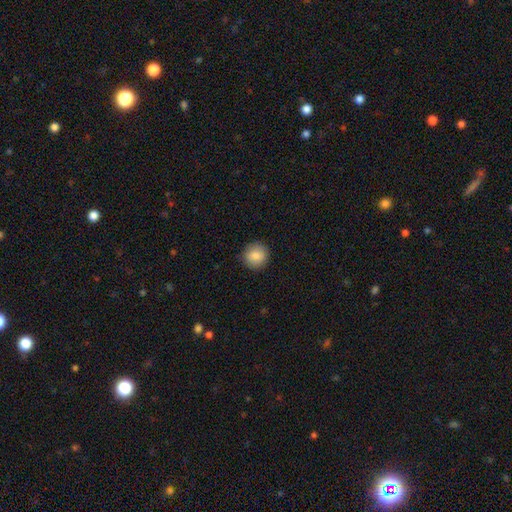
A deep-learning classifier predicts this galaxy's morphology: Q: Smooth or featured?
A: smooth (85%); runner-up: star or artifact (8%)
Q: How rounded?
A: round (92%); runner-up: in between (7%)
Q: Merging?
A: none (90%); runner-up: minor disturbance (7%)